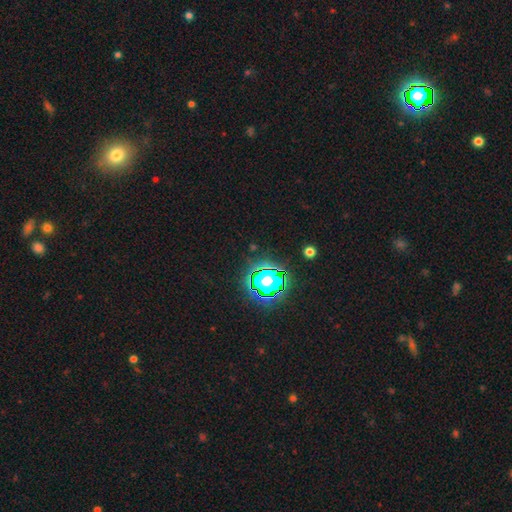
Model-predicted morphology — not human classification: Q: Smooth or featured?
A: star or artifact (77%); runner-up: smooth (15%)